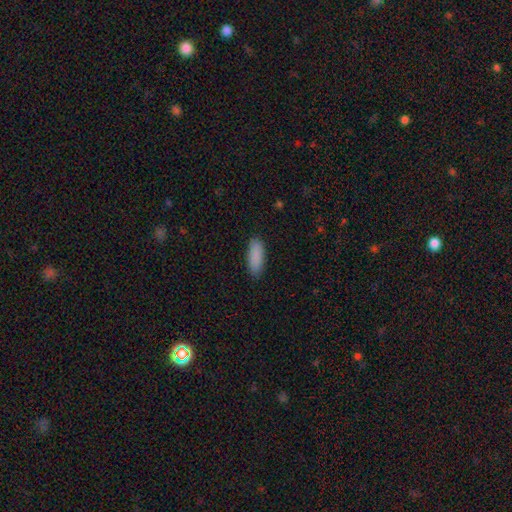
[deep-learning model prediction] This is clearly a smooth galaxy (89%). How rounded: likely in between (69%). Merging: clearly none (87%).